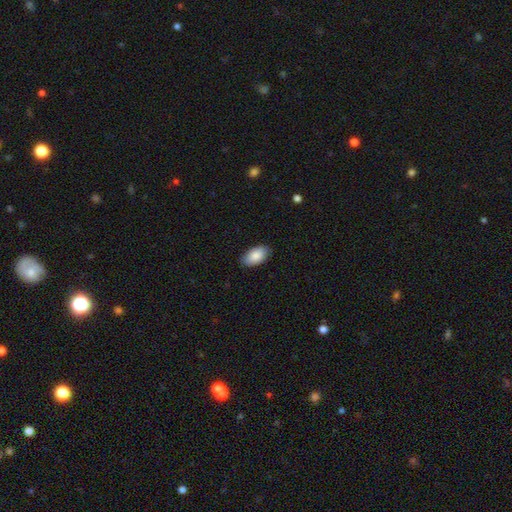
smooth 92%, featured or disk 8%, star or artifact 0%. Down the decision tree: how rounded — in between (91%); merging — none (97%).